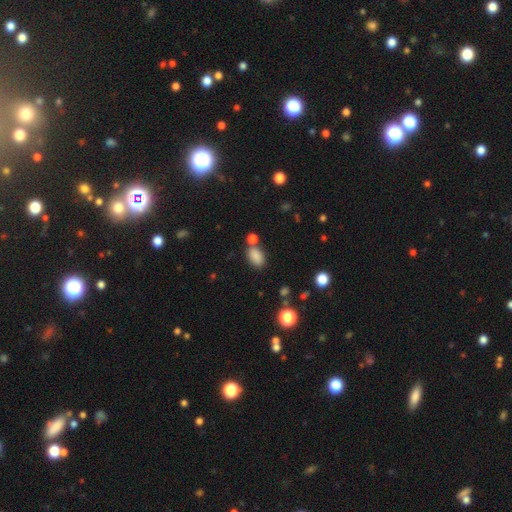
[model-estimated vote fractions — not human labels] Overall: smooth (84%). How rounded: in between (88%). Merging: none (67%).